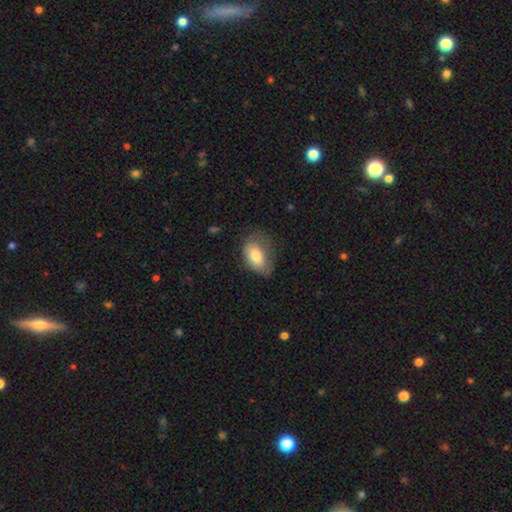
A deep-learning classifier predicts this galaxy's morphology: smooth 77%, featured or disk 16%, star or artifact 8%. Down the decision tree: how rounded — in between (88%); merging — none (48%).